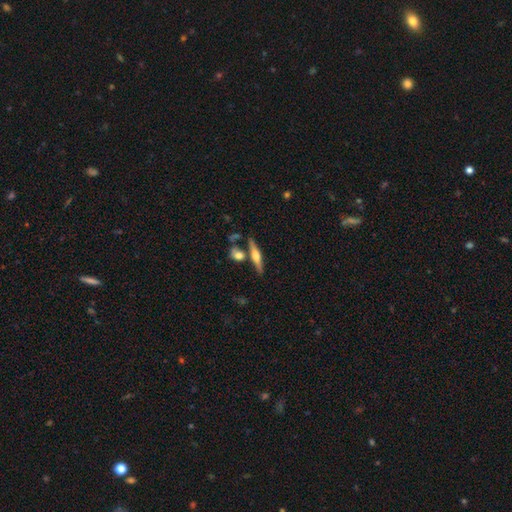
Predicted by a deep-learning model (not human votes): smooth_or_featured: featured or disk (p=0.65) [alt: smooth p=0.29]
disk_edge_on: yes (p=0.96) [alt: no p=0.04]
edge_on_bulge: rounded (p=0.91) [alt: boxy p=0.05]
merging: none (p=0.74) [alt: merger p=0.14]